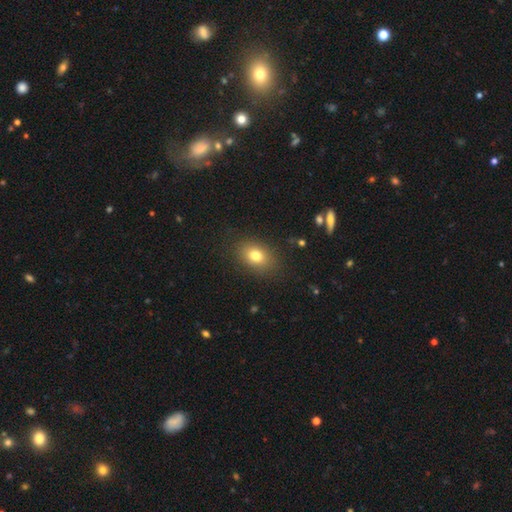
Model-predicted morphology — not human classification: smooth_or_featured: smooth (p=0.77) [alt: star or artifact p=0.12]
how_rounded: in between (p=0.71) [alt: round p=0.28]
merging: none (p=0.84) [alt: minor disturbance p=0.11]